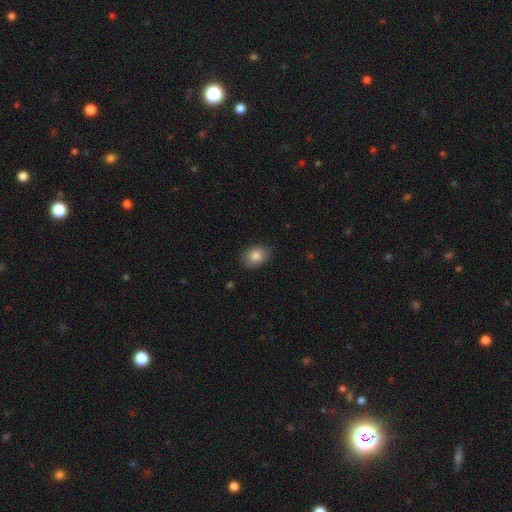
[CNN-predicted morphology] smooth 84%, star or artifact 8%, featured or disk 8%. Down the decision tree: how rounded — in between (71%); merging — none (86%).